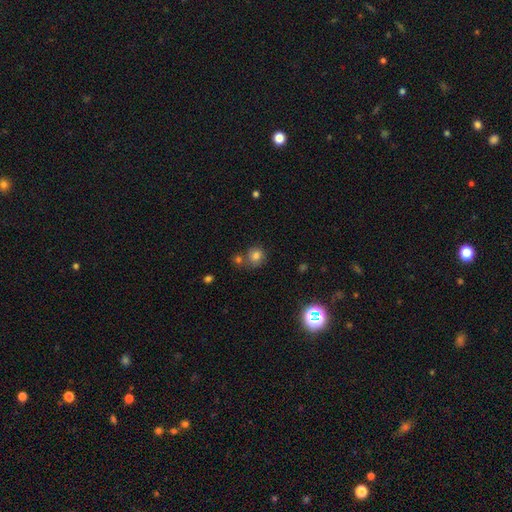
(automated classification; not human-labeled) The model was most divided on "merging": none: 64%, merger: 19%, minor disturbance: 13%, major disturbance: 4%. More confident: how rounded — round (86%); smooth or featured — smooth (79%).